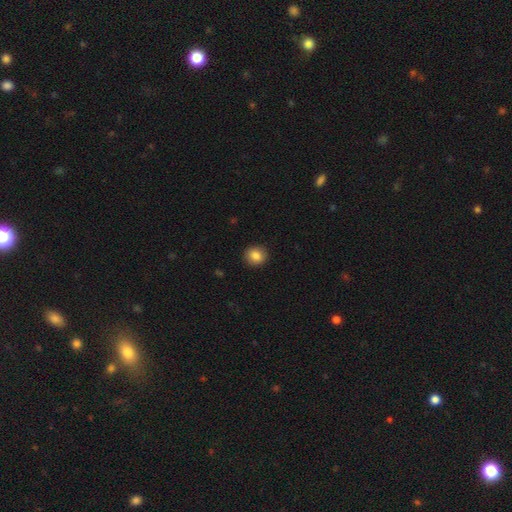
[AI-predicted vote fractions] Smooth or featured?
  - smooth: 86% *
  - star or artifact: 9%
  - featured or disk: 6%
How rounded?
  - round: 81% *
  - in between: 18%
  - cigar-shaped: 1%
Merging?
  - none: 91% *
  - minor disturbance: 6%
  - major disturbance: 2%
  - merger: 1%